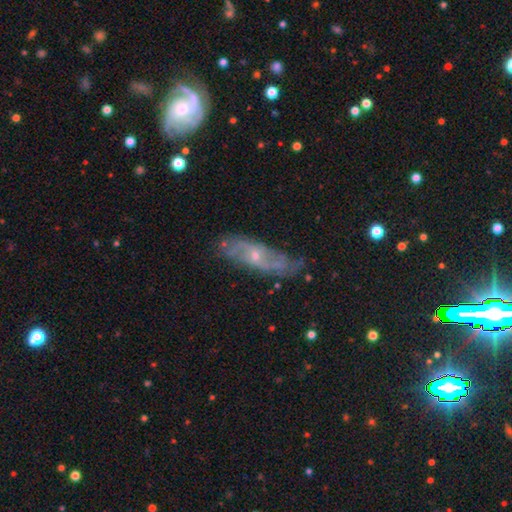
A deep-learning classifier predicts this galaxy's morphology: A featured or disk galaxy (78%) with no bar (57%), 2 (62%) medium (41%) spiral arms (88%) and a small central bulge (69%). Merging: none (66%).